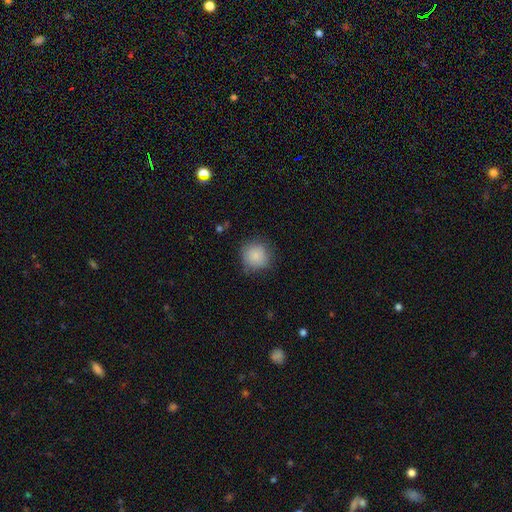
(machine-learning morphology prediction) smooth-or-featured: smooth: 86% | star or artifact: 8% | featured or disk: 6%
  how-rounded: round: 92% | in between: 8% | cigar-shaped: 1%
  merging: none: 79% | minor disturbance: 15% | major disturbance: 4% | merger: 1%